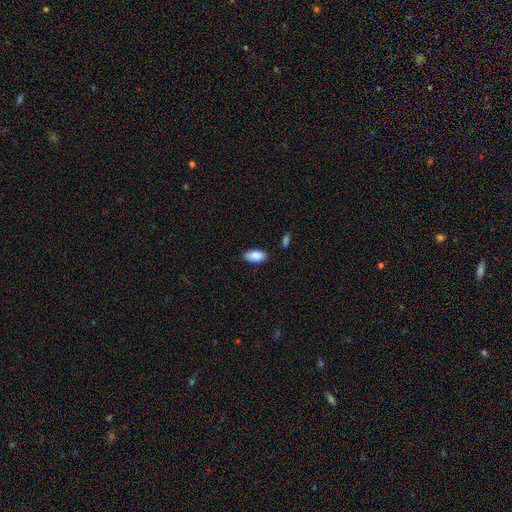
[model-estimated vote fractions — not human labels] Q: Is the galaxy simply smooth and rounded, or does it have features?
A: smooth — 88%.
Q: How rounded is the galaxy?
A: in between — 93%.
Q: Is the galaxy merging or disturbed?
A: none — 82%.